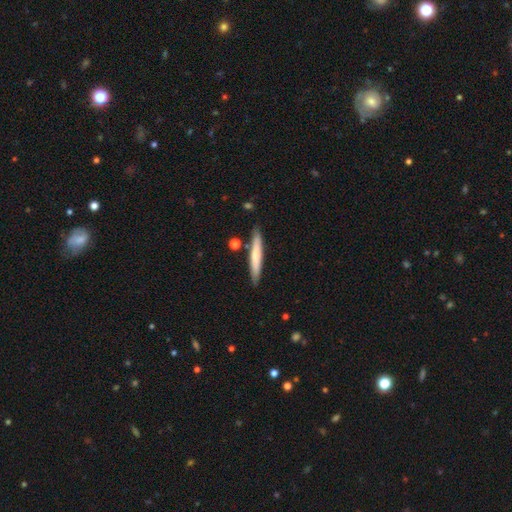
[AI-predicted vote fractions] Smooth or featured: smooth — 63% (featured or disk — 31%)
How rounded: cigar-shaped — 94% (in between — 5%)
Merging: none — 85% (minor disturbance — 9%)